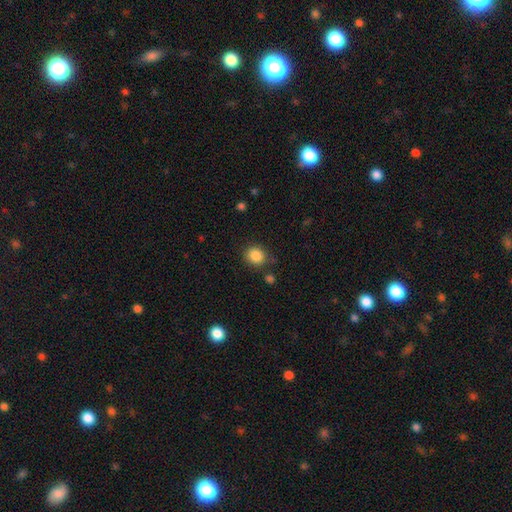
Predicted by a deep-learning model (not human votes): Smooth or featured?
  - smooth: 86% *
  - star or artifact: 10%
  - featured or disk: 4%
How rounded?
  - round: 79% *
  - in between: 20%
  - cigar-shaped: 1%
Merging?
  - none: 82% *
  - minor disturbance: 11%
  - merger: 4%
  - major disturbance: 4%